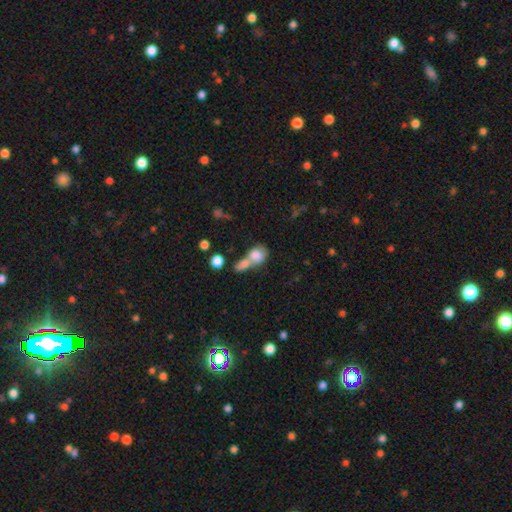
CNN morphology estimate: Smooth or featured? smooth (78%)
How rounded? round (49%)
Merging? merger (67%)